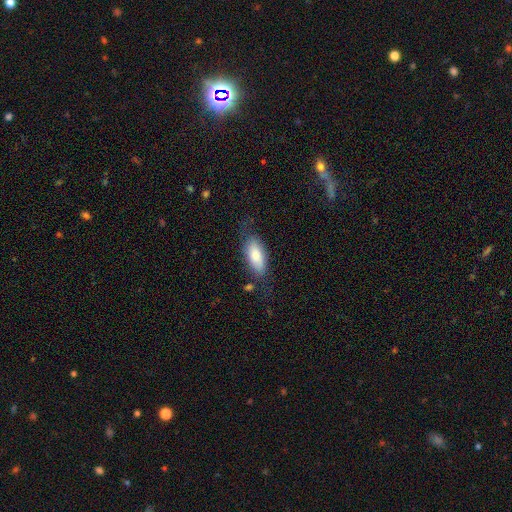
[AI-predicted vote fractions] Smooth or featured?
  - smooth: 79% *
  - featured or disk: 14%
  - star or artifact: 6%
How rounded?
  - in between: 83% *
  - cigar-shaped: 15%
  - round: 2%
Merging?
  - none: 66% *
  - minor disturbance: 23%
  - major disturbance: 9%
  - merger: 3%